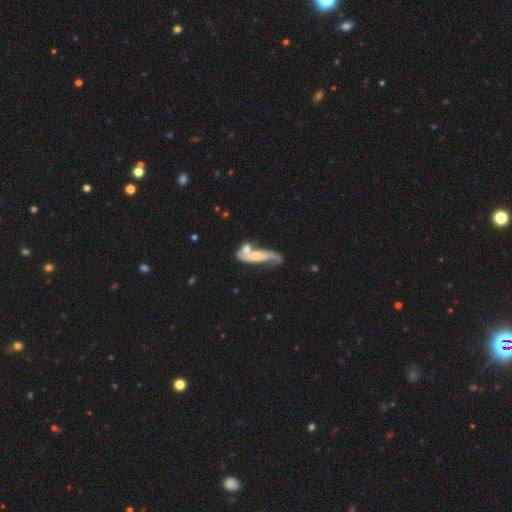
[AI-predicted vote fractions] featured or disk 65%, smooth 29%, star or artifact 6%. Down the decision tree: edge-on disk — no (79%); bar — no (56%); spiral arms — yes (79%); bulge size — moderate (44%); merging — merger (44%).